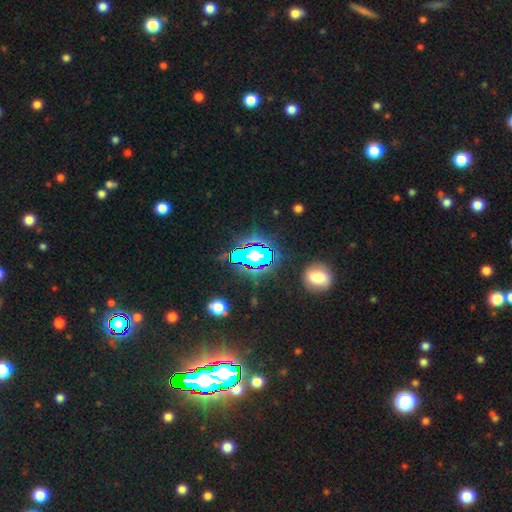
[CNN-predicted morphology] This is possibly a star or artifact rather than a galaxy (58%).